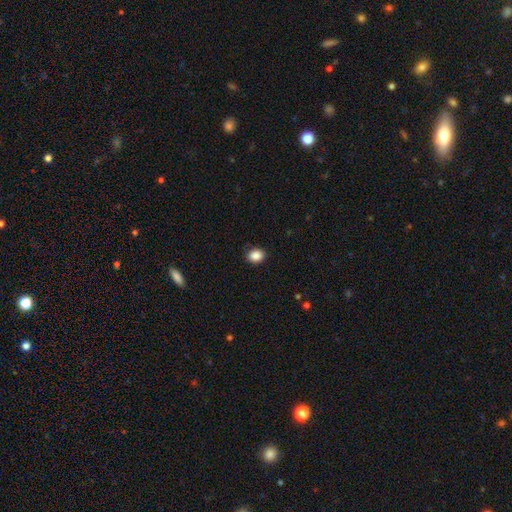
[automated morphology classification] Q: Smooth or featured?
A: smooth (88%); runner-up: star or artifact (9%)
Q: How rounded?
A: in between (53%); runner-up: round (46%)
Q: Merging?
A: none (88%); runner-up: minor disturbance (9%)